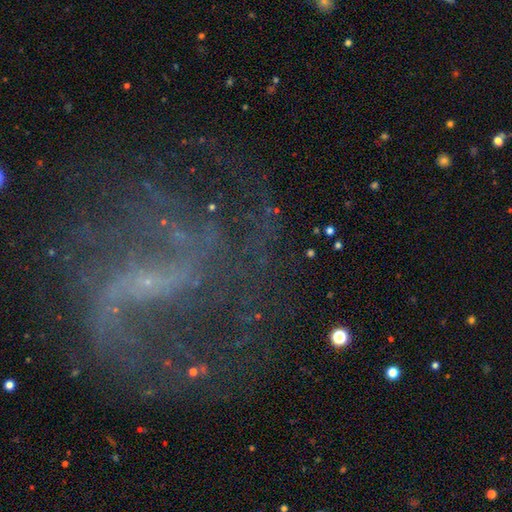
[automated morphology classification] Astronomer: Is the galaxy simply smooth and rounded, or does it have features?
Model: featured or disk — 85%.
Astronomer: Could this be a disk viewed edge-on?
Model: no — 98%.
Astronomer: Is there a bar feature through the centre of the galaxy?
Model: weak — 44% (runner-up: strong, 28%).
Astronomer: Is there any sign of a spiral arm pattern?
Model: yes — 93%.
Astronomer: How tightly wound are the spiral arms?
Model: loose — 51% (runner-up: medium, 38%).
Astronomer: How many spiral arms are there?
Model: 2 — 68%.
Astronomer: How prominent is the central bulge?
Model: small — 75%.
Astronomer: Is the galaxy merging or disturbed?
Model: none — 60%.